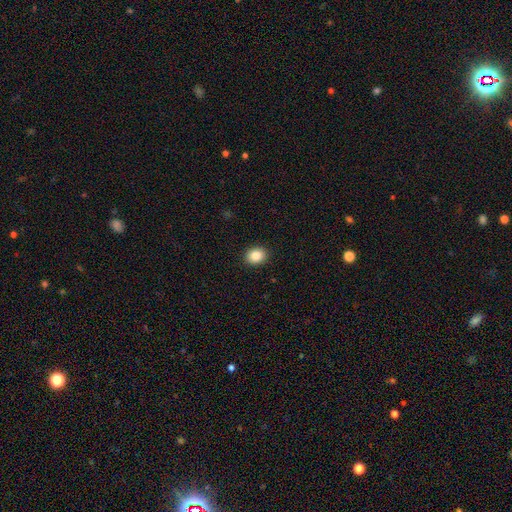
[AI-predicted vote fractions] smooth_or_featured: smooth (p=0.85) [alt: star or artifact p=0.09]
how_rounded: round (p=0.61) [alt: in between p=0.38]
merging: none (p=0.92) [alt: minor disturbance p=0.06]